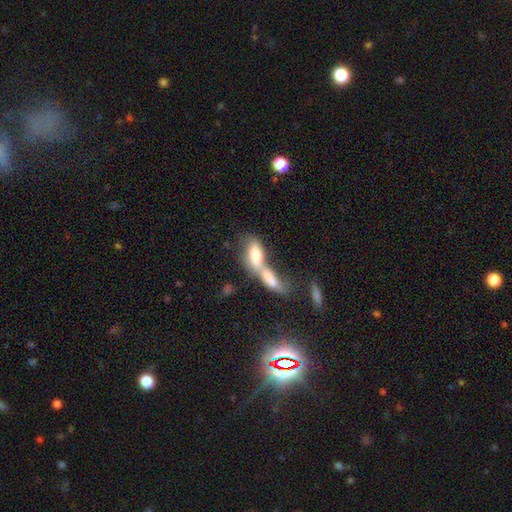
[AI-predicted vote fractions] A smooth galaxy with no disk features (66%) that is in between round and cigar-shaped (75%). Merging: merger (75%).